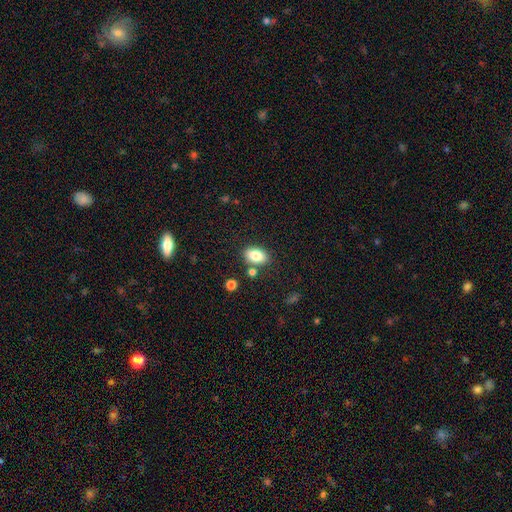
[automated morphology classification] Smooth or featured? smooth (83%)
How rounded? in between (88%)
Merging? none (78%)